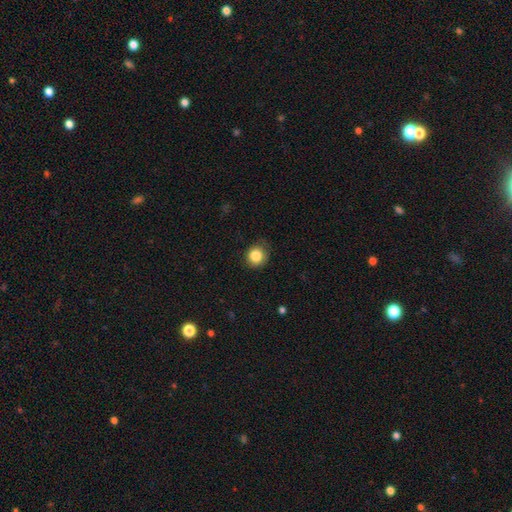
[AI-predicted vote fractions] This is clearly a smooth galaxy (85%). How rounded: clearly round (85%). Merging: likely none (78%).